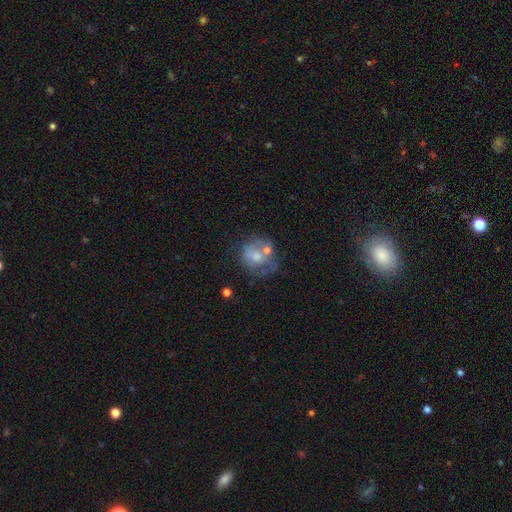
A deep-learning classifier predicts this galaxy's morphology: Q: Smooth or featured?
A: smooth (50%); runner-up: featured or disk (41%)
Q: How rounded?
A: round (66%); runner-up: in between (33%)
Q: Merging?
A: none (34%); runner-up: merger (27%)